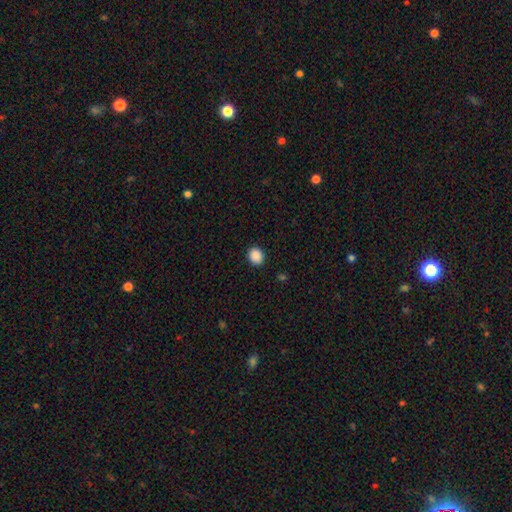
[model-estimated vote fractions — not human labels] Smooth or featured?
  - smooth: 89% *
  - star or artifact: 9%
  - featured or disk: 2%
How rounded?
  - round: 68% *
  - in between: 31%
  - cigar-shaped: 1%
Merging?
  - none: 91% *
  - minor disturbance: 6%
  - major disturbance: 2%
  - merger: 1%